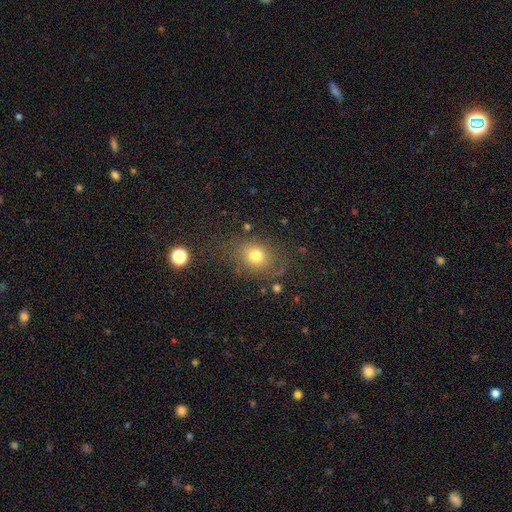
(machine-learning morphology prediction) smooth_or_featured: smooth (p=0.75) [alt: star or artifact p=0.15]
how_rounded: round (p=0.56) [alt: in between p=0.43]
merging: none (p=0.74) [alt: minor disturbance p=0.15]